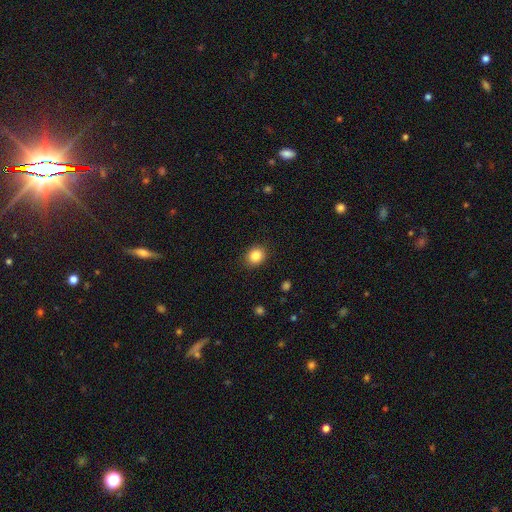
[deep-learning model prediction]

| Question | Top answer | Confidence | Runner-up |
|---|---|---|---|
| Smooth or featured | smooth | 85% | star or artifact (10%) |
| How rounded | round | 65% | in between (34%) |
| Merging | none | 89% | minor disturbance (7%) |